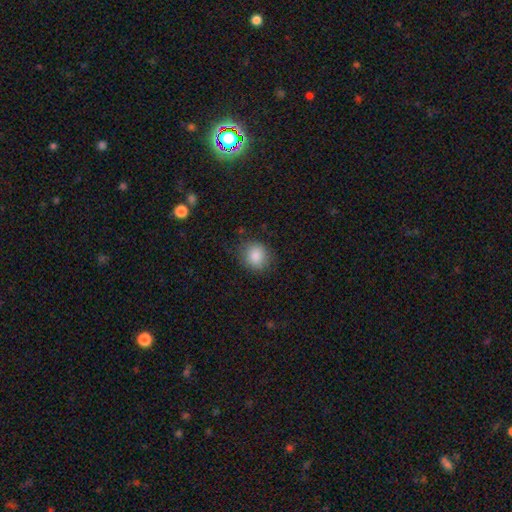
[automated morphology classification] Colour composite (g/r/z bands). It shows a smooth galaxy with no disk features (87%) that is round (78%). Merging: none (81%).